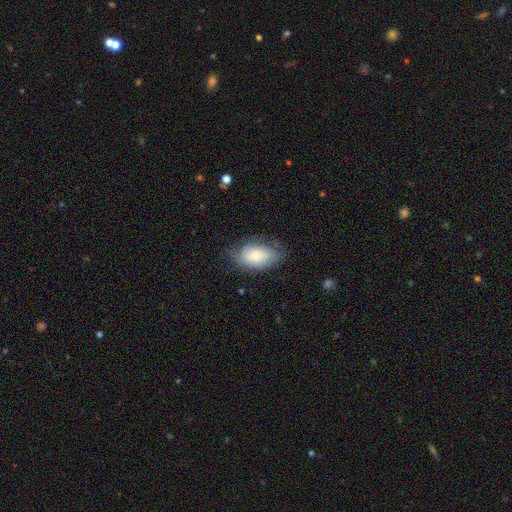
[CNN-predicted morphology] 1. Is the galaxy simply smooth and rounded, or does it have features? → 65% smooth, 28% featured or disk, 7% star or artifact.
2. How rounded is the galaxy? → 91% in between, 7% round, 2% cigar-shaped.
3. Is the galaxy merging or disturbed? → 62% none, 27% minor disturbance, 9% major disturbance, 1% merger.